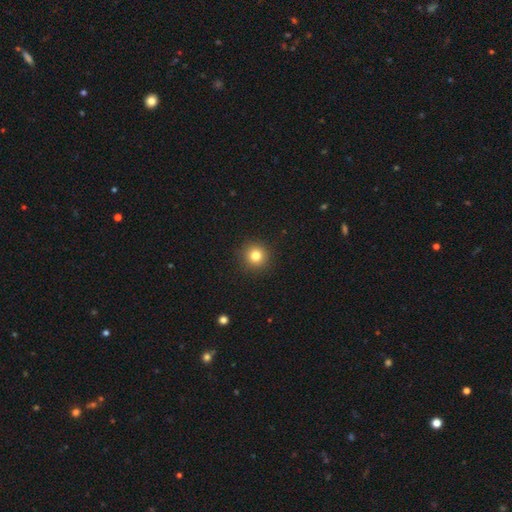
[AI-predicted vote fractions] A smooth galaxy with no disk features (81%) that is round (94%). Merging: none (92%).